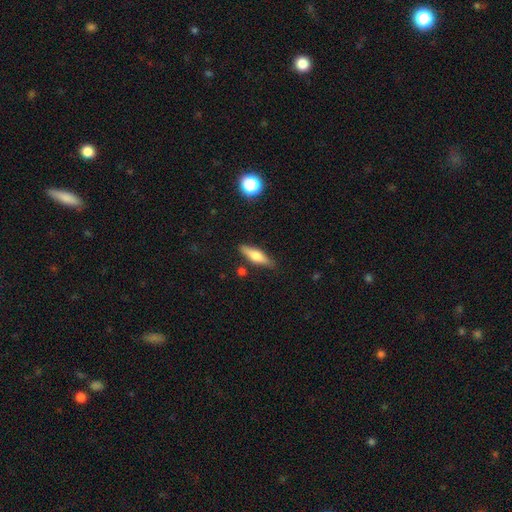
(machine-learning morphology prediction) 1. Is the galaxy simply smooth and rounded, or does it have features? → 59% smooth, 34% featured or disk, 7% star or artifact.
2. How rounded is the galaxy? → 61% cigar-shaped, 36% in between, 3% round.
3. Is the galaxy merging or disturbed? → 82% none, 12% minor disturbance, 3% merger, 3% major disturbance.